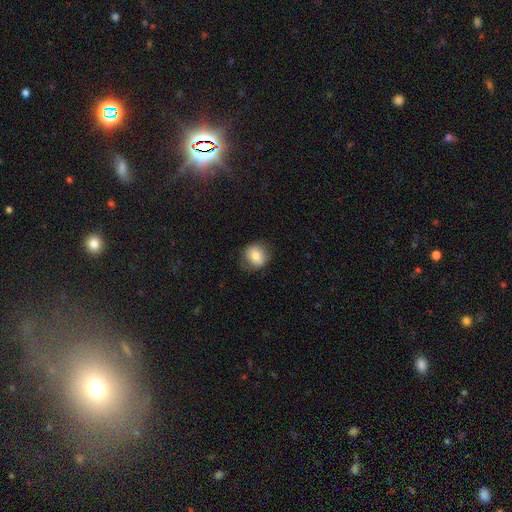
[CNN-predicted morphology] Overall: smooth (76%). How rounded: round (78%). Merging: none (79%).